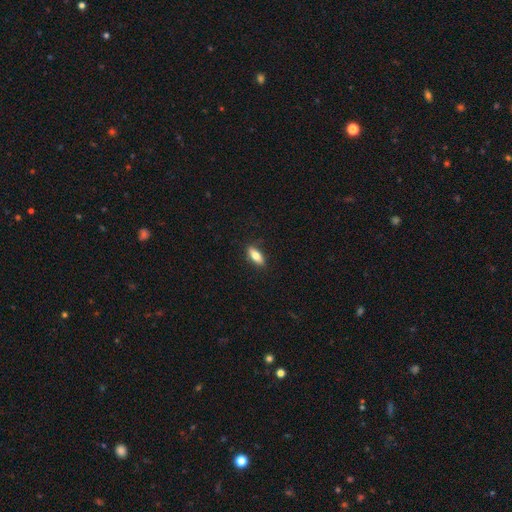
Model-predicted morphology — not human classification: Smooth or featured?
  - smooth: 71% *
  - featured or disk: 22%
  - star or artifact: 6%
How rounded?
  - in between: 69% *
  - cigar-shaped: 28%
  - round: 3%
Merging?
  - none: 86% *
  - minor disturbance: 10%
  - major disturbance: 2%
  - merger: 1%